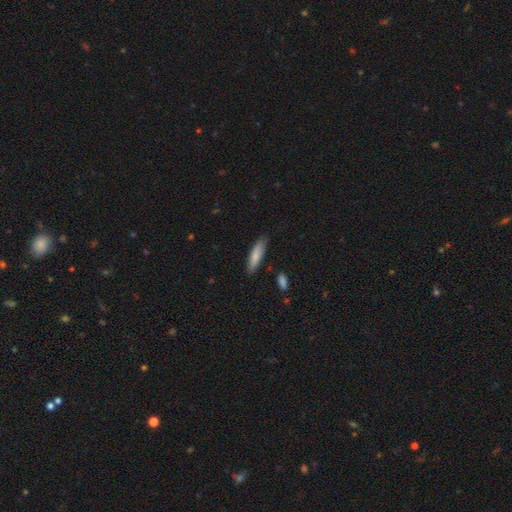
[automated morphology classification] A smooth galaxy with no disk features (80%) that is cigar-shaped (67%).

Vote fractions:
- Smooth or featured? smooth: 80% / featured or disk: 15% / star or artifact: 6%
- How rounded? cigar-shaped: 67% / in between: 31% / round: 1%
- Merging? none: 83% / minor disturbance: 13% / major disturbance: 2% / merger: 2%